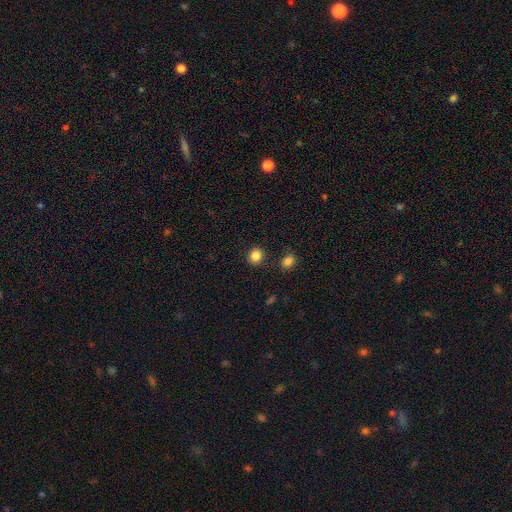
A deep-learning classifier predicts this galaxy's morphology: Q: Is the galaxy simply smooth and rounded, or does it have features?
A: smooth — 85%.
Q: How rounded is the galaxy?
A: round — 78%.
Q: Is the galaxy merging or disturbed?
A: none — 87%.